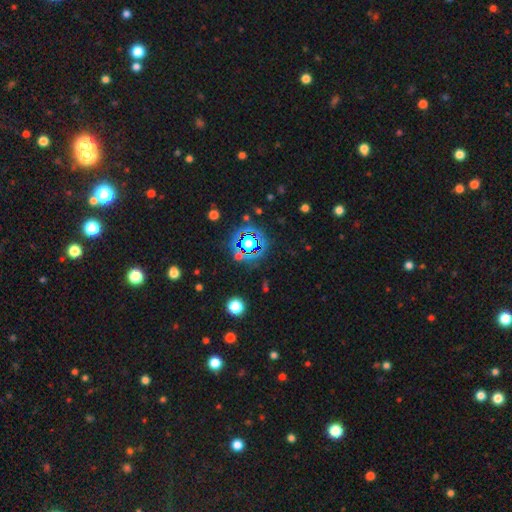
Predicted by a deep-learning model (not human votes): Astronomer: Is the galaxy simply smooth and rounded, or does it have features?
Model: star or artifact — 80%.